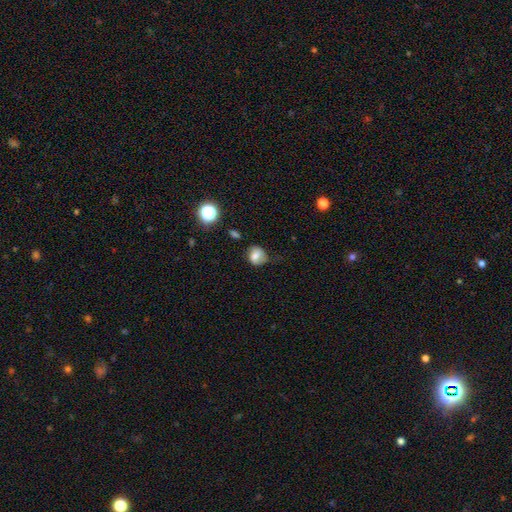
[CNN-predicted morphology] Smooth or featured? smooth (68%)
How rounded? round (60%)
Merging? none (53%)